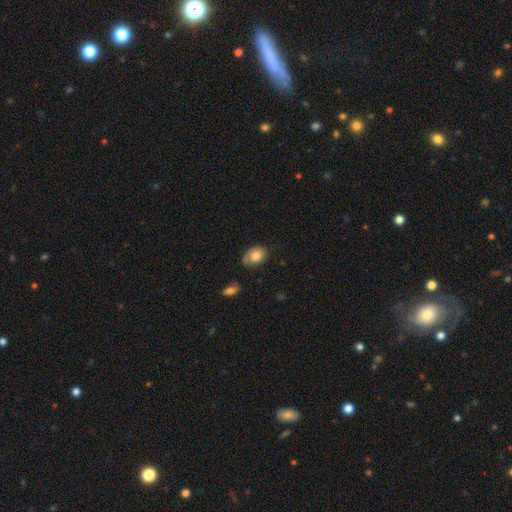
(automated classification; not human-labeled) This is likely a smooth galaxy (72%). How rounded: clearly in between (81%). Merging: likely none (62%).